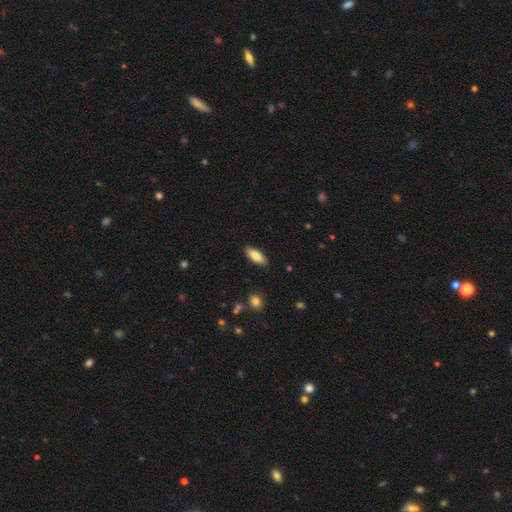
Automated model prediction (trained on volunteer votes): smooth 81%, featured or disk 13%, star or artifact 6%. Down the decision tree: how rounded — in between (81%); merging — none (87%).